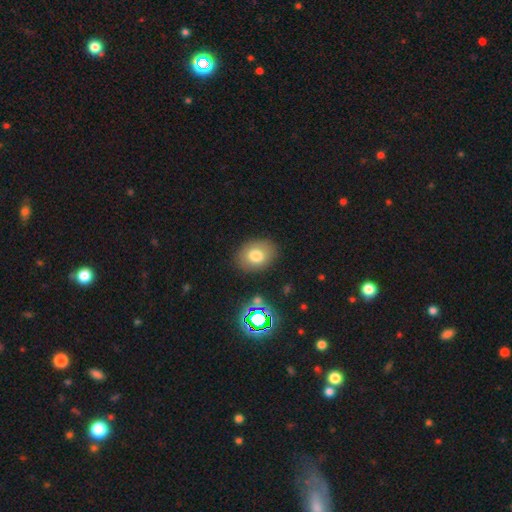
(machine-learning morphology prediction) A smooth galaxy with no disk features (77%) that is in between round and cigar-shaped (62%). Merging: none (85%).